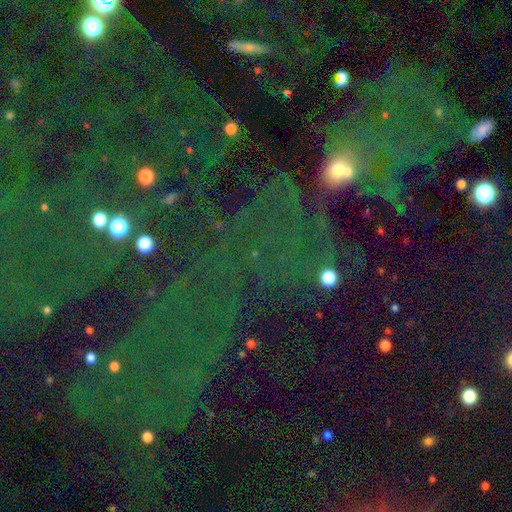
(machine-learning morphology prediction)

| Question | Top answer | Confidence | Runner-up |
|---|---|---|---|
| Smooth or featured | star or artifact | 79% | smooth (13%) |